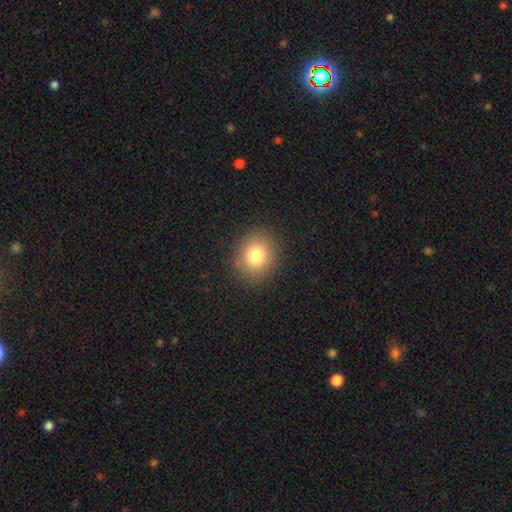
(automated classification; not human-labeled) Overall: smooth (80%). How rounded: round (74%). Merging: none (89%).